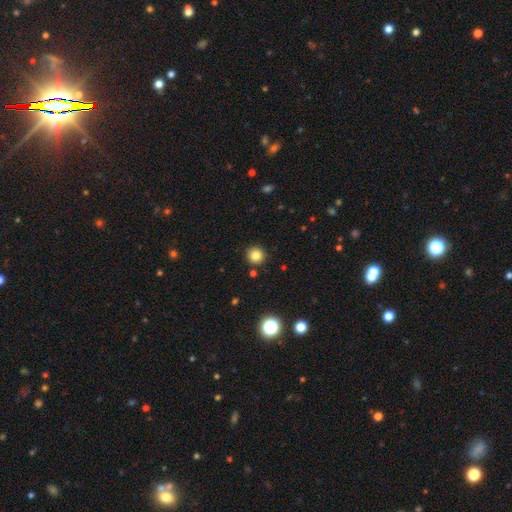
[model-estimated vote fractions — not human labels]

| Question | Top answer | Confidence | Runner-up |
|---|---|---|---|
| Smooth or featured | smooth | 83% | star or artifact (12%) |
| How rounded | round | 92% | in between (7%) |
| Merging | none | 89% | minor disturbance (6%) |